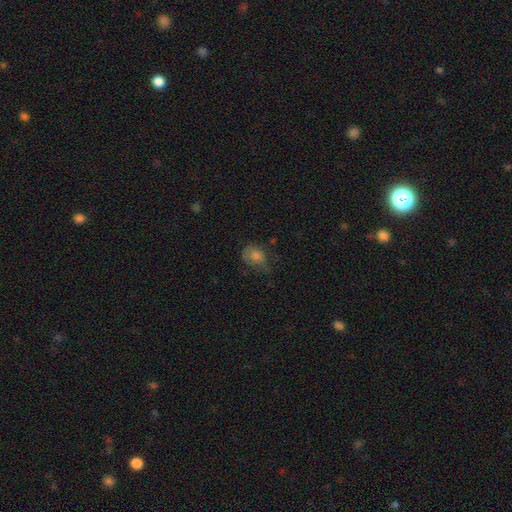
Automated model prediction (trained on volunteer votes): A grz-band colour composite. It shows a smooth galaxy with no disk features (64%) that is in between round and cigar-shaped (49%, tied with round). Merging: none (50%).